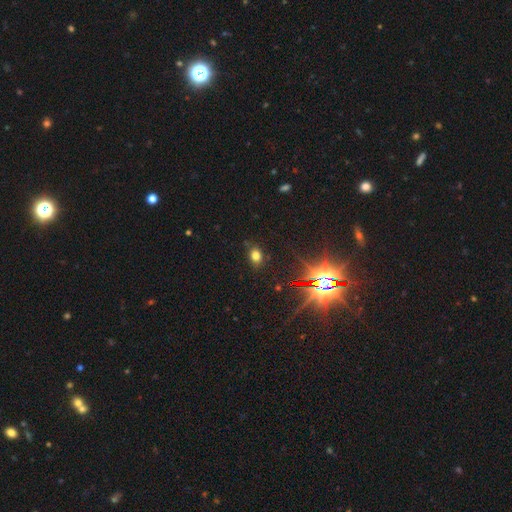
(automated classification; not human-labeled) Smooth or featured: smooth — 70% (star or artifact — 23%)
How rounded: in between — 64% (round — 34%)
Merging: none — 81% (minor disturbance — 13%)